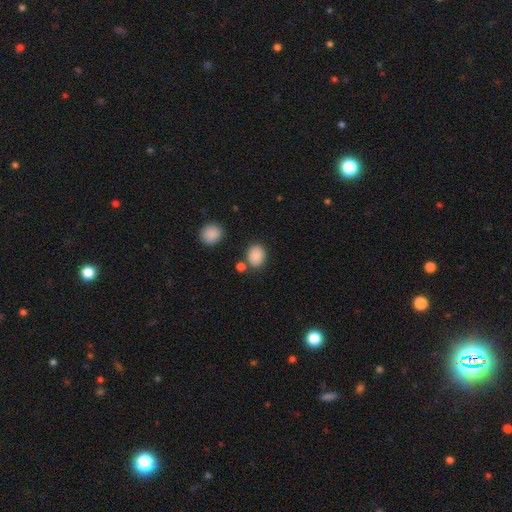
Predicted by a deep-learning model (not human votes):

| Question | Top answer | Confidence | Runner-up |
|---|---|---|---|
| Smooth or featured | smooth | 87% | star or artifact (9%) |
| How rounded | in between | 54% | round (45%) |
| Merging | none | 77% | minor disturbance (11%) |